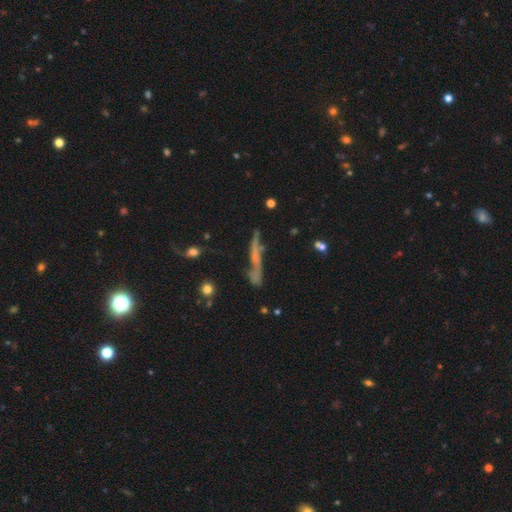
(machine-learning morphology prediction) Smooth or featured? featured or disk (56%)
Edge-on disk? yes (61%)
Merging? none (54%)